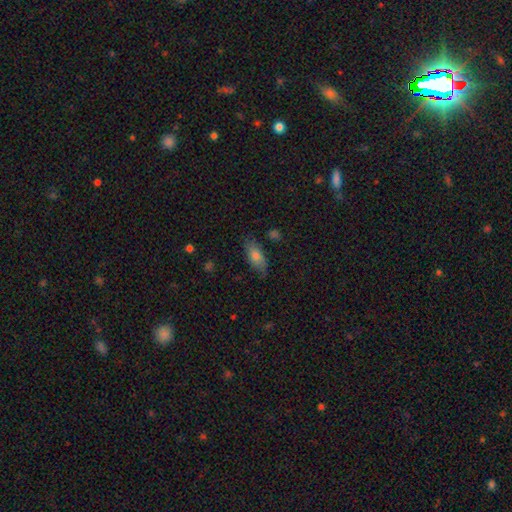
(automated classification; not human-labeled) Smooth or featured? Predicted: smooth (p=0.73). How rounded? Predicted: in between (p=0.79). Merging? Predicted: none (p=0.76).